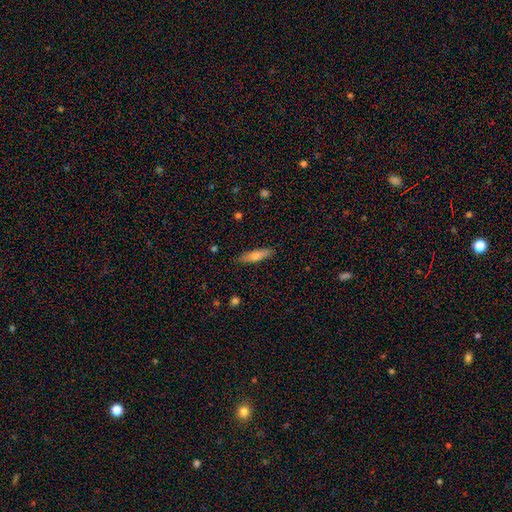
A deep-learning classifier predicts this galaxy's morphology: The model was most divided on "how rounded": cigar-shaped: 66%, in between: 32%, round: 2%. More confident: merging — none (88%); smooth or featured — smooth (70%).